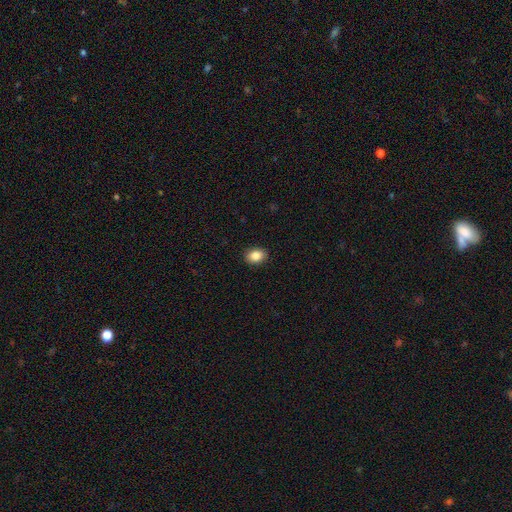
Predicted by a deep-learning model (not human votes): smooth-or-featured: smooth: 87% | star or artifact: 8% | featured or disk: 5%
  how-rounded: in between: 73% | round: 26% | cigar-shaped: 1%
  merging: none: 90% | minor disturbance: 7% | major disturbance: 2% | merger: 1%